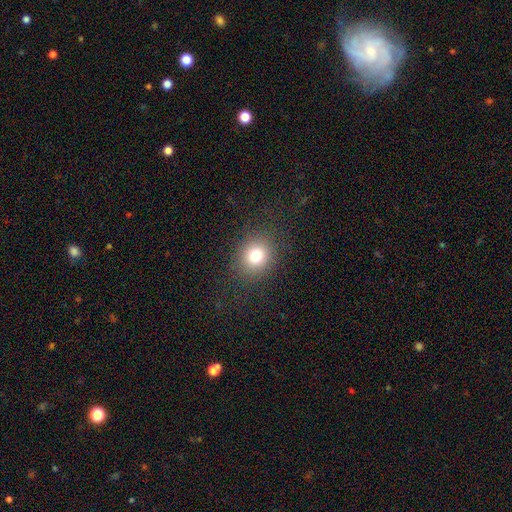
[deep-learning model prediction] Smooth or featured? smooth (78%)
How rounded? round (74%)
Merging? none (87%)